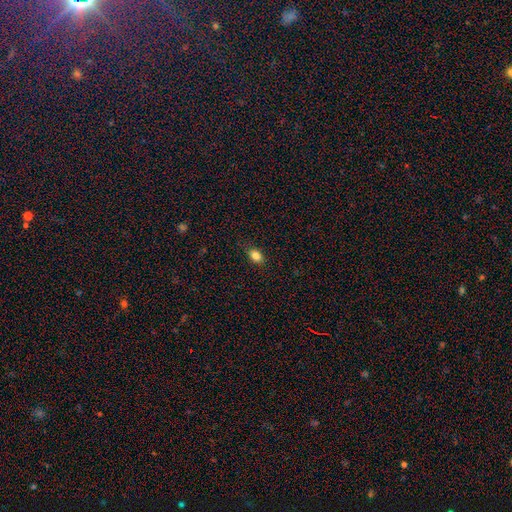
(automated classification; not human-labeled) Overall: smooth (84%). How rounded: in between (78%). Merging: none (85%).